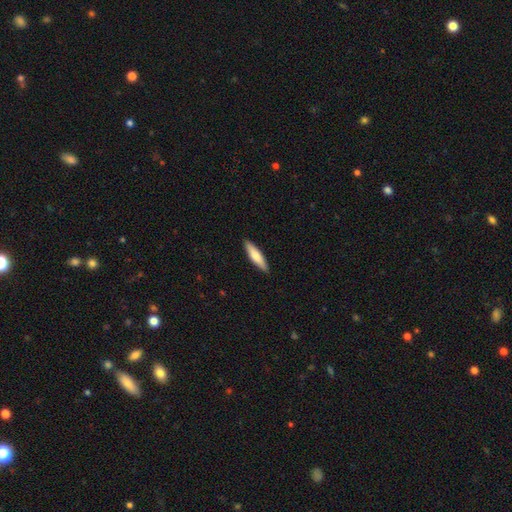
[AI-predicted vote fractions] Smooth or featured?
  - smooth: 67% *
  - featured or disk: 28%
  - star or artifact: 5%
How rounded?
  - cigar-shaped: 78% *
  - in between: 21%
  - round: 1%
Merging?
  - none: 90% *
  - minor disturbance: 7%
  - major disturbance: 1%
  - merger: 1%